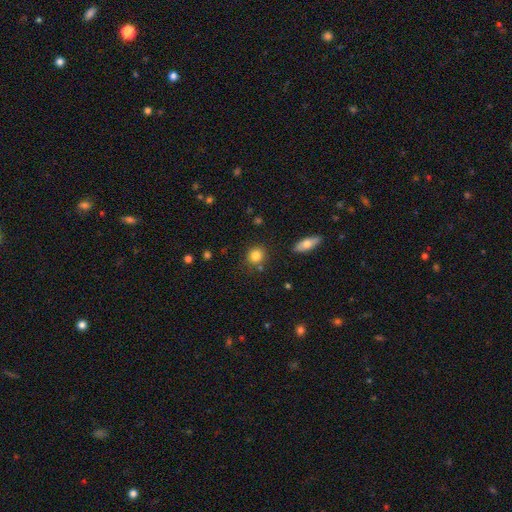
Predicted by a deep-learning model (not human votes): This is clearly a smooth galaxy (83%). How rounded: likely round (80%). Merging: likely none (79%).